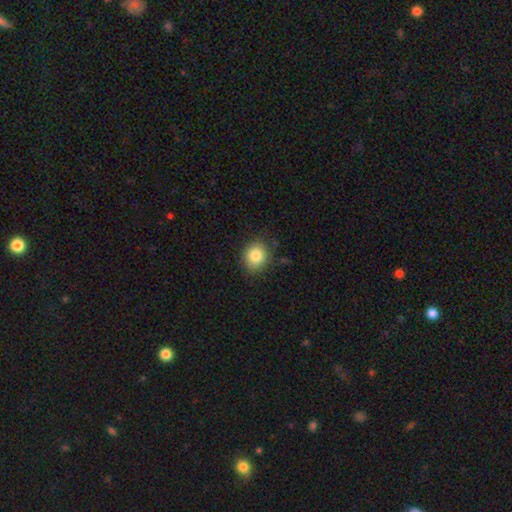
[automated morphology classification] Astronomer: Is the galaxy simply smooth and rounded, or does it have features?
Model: smooth — 83%.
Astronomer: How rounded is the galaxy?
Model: round — 71%.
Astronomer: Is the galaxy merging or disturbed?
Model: none — 83%.